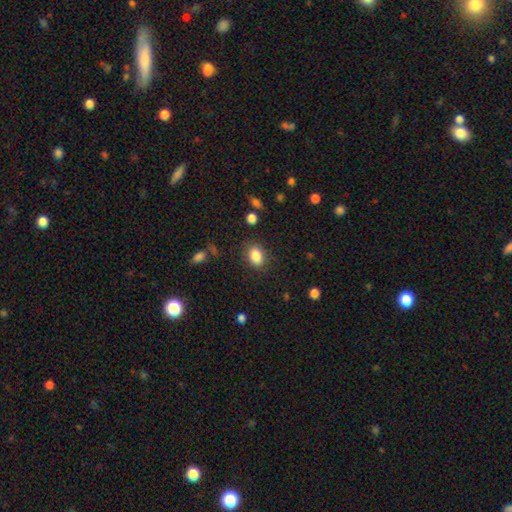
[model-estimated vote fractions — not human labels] smooth-or-featured: smooth: 85% | star or artifact: 9% | featured or disk: 6%
  how-rounded: in between: 73% | round: 25% | cigar-shaped: 1%
  merging: none: 83% | minor disturbance: 11% | major disturbance: 4% | merger: 2%